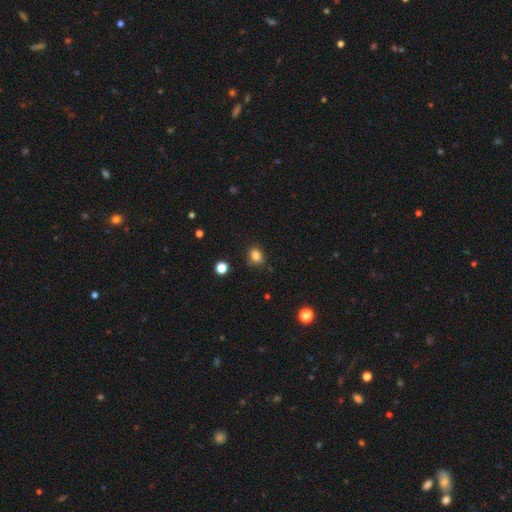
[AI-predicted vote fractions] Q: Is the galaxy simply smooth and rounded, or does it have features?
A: smooth — 82%.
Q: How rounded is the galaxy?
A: in between — 55%.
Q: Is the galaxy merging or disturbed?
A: none — 73%.